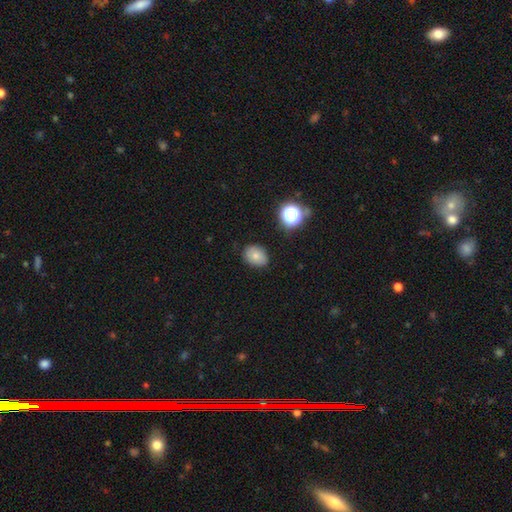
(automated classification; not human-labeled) smooth_or_featured: smooth (p=0.78) [alt: star or artifact p=0.12]
how_rounded: in between (p=0.66) [alt: round p=0.33]
merging: none (p=0.83) [alt: minor disturbance p=0.12]